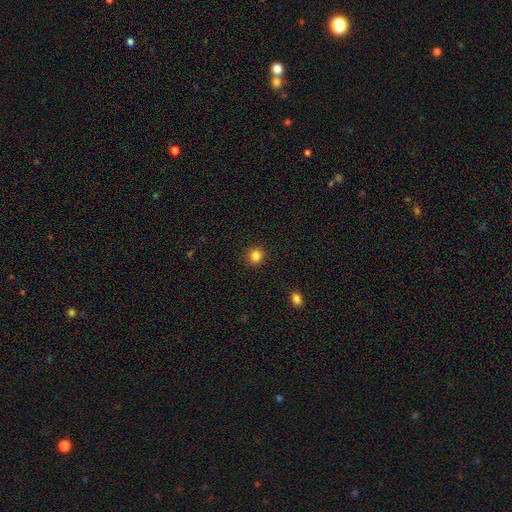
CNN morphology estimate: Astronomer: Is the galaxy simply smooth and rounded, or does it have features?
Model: smooth — 85%.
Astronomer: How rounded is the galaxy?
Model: round — 89%.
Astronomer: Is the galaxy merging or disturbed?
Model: none — 91%.